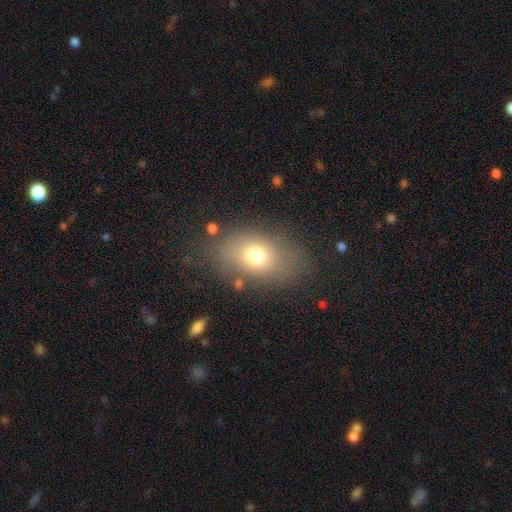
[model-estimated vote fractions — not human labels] Q: Smooth or featured?
A: smooth (71%); runner-up: featured or disk (16%)
Q: How rounded?
A: in between (80%); runner-up: round (18%)
Q: Merging?
A: none (75%); runner-up: minor disturbance (14%)